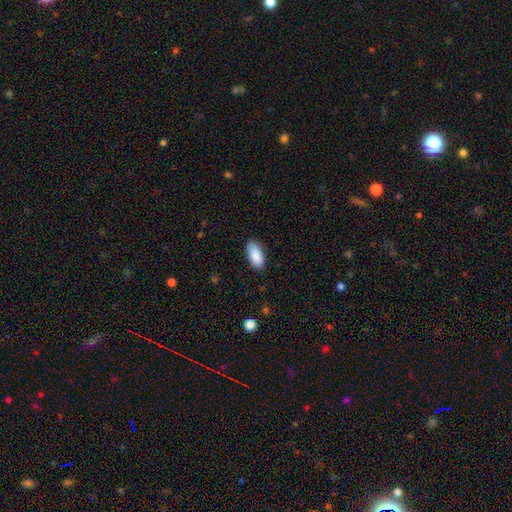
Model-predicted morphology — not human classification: type=smooth (90%); roundness=in between (92%); merging=none (85%).